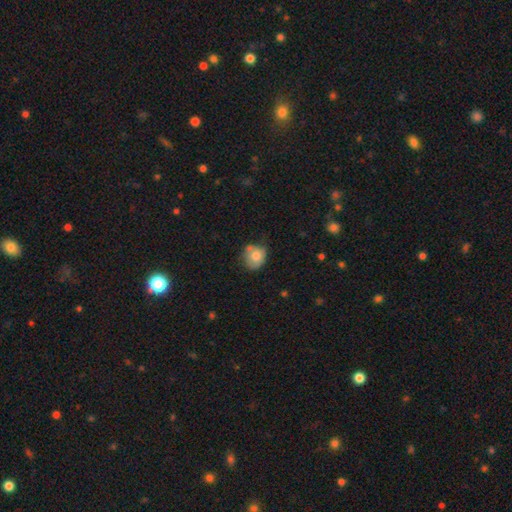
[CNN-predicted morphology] This is likely a smooth galaxy (72%). How rounded: likely round (64%). Merging: possibly none (48%).